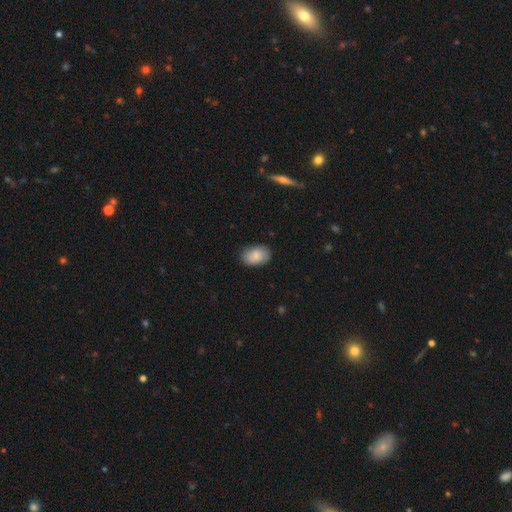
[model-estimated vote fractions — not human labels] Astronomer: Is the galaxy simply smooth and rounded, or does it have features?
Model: smooth — 86%.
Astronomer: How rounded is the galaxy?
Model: in between — 89%.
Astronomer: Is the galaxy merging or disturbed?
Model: none — 85%.